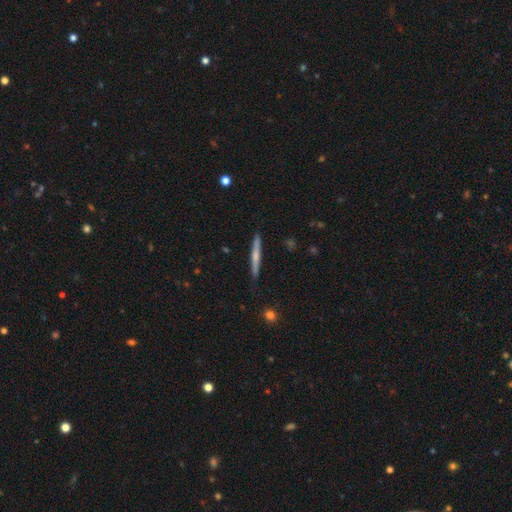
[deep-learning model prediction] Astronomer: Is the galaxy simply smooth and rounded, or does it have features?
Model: featured or disk — 52% (runner-up: smooth, 42%).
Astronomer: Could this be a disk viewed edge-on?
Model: yes — 97%.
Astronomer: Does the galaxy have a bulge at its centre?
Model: rounded — 58% (runner-up: none, 36%).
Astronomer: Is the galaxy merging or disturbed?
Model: none — 90%.